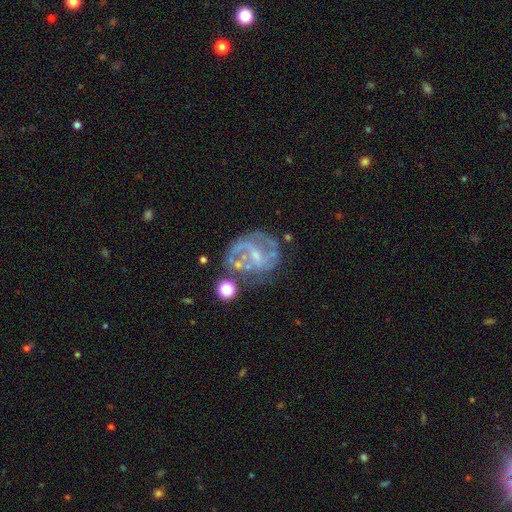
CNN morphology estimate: The model was most divided on "bar": weak: 48%, no: 31%, strong: 21%. Remaining: edge-on disk — no (98%); spiral arms — yes (87%); smooth or featured — featured or disk (81%); bulge size — small (62%); spiral arm count — 2 (60%); merging — none (54%); spiral winding — medium (48%).